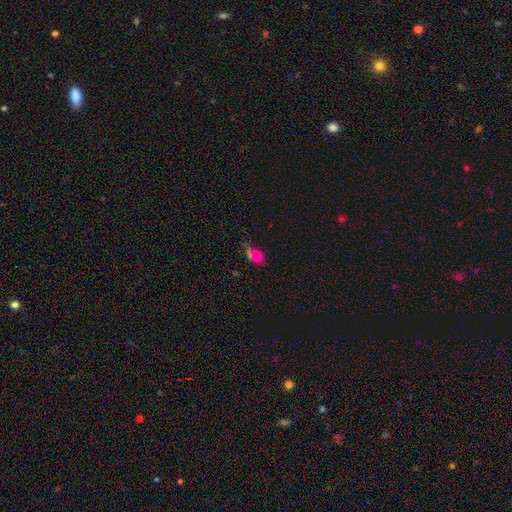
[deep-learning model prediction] A smooth galaxy with no disk features (71%) that is in between round and cigar-shaped (78%).

Vote fractions:
- Smooth or featured? smooth: 71% / star or artifact: 16% / featured or disk: 13%
- How rounded? in between: 78% / round: 19% / cigar-shaped: 3%
- Merging? none: 43% / minor disturbance: 30% / merger: 14% / major disturbance: 12%